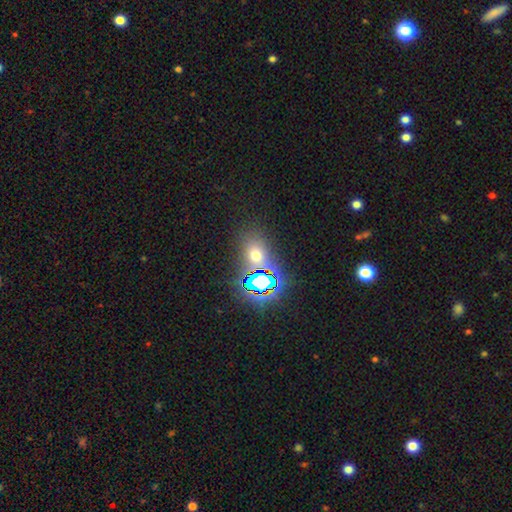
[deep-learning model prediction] Overall: smooth (50%; star or artifact 39%). How rounded: in between (52%; round 46%). Merging: none (75%).